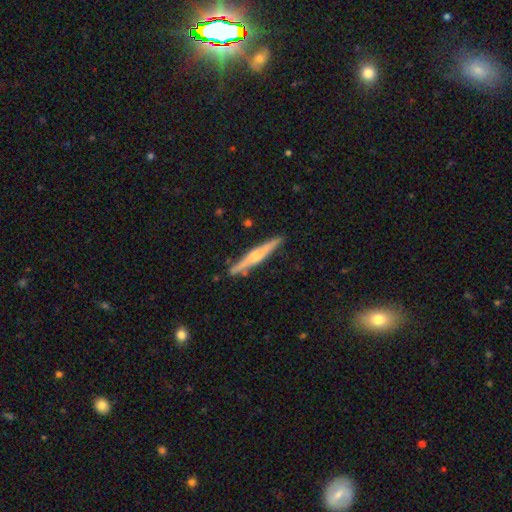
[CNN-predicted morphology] Q: Smooth or featured?
A: featured or disk (65%); runner-up: smooth (29%)
Q: Edge-on disk?
A: yes (98%); runner-up: no (2%)
Q: Edge-on bulge?
A: rounded (75%); runner-up: boxy (14%)
Q: Merging?
A: none (88%); runner-up: minor disturbance (8%)